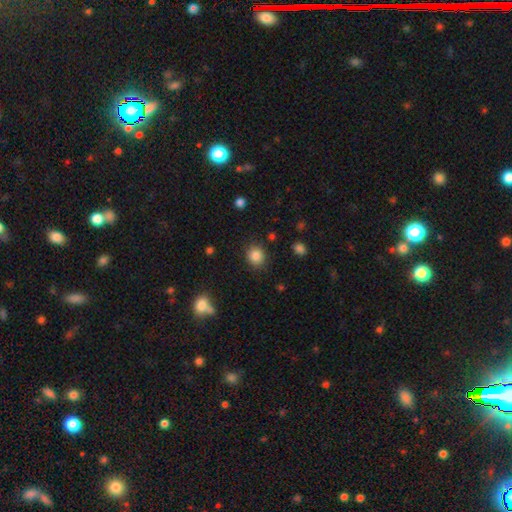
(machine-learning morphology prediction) Q: Smooth or featured?
A: smooth (85%); runner-up: star or artifact (10%)
Q: How rounded?
A: round (82%); runner-up: in between (17%)
Q: Merging?
A: none (87%); runner-up: minor disturbance (9%)